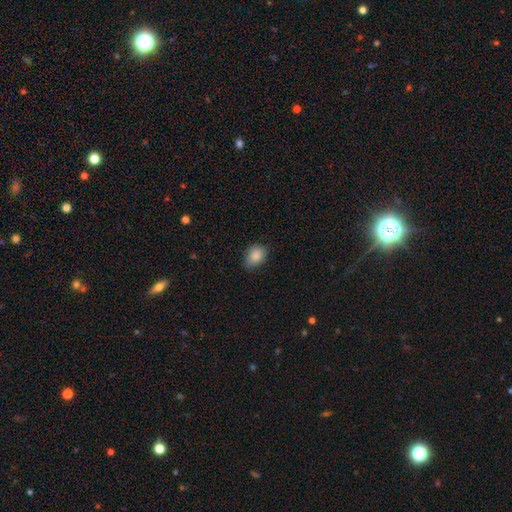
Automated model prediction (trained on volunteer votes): Smooth or featured: smooth — 87% (star or artifact — 8%)
How rounded: in between — 74% (round — 25%)
Merging: none — 76% (minor disturbance — 20%)